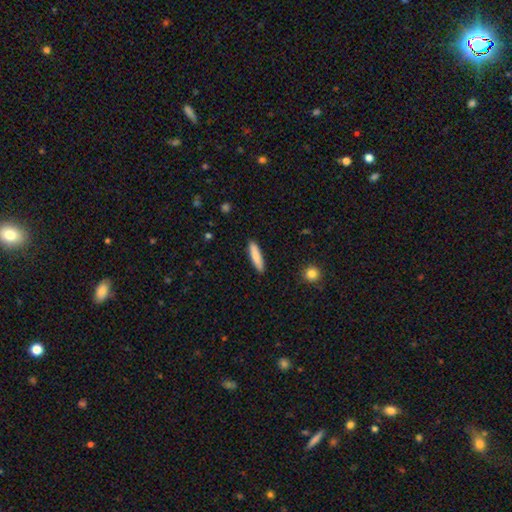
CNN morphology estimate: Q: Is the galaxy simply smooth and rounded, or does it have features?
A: smooth — 85%.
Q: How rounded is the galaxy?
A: cigar-shaped — 83%.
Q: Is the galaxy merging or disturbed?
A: none — 89%.